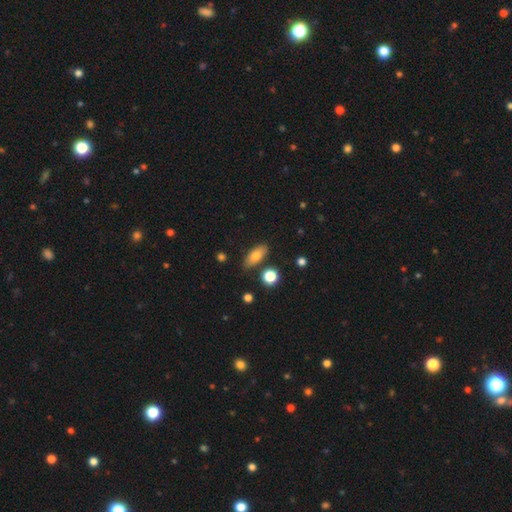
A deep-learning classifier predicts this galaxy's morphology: The model was most divided on "how rounded": in between: 77%, cigar-shaped: 18%, round: 6%. More confident: merging — none (79%); smooth or featured — smooth (76%).